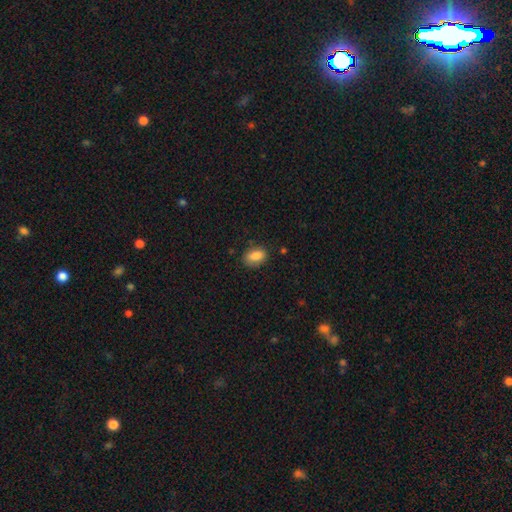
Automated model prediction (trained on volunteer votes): Smooth or featured? smooth (86%)
How rounded? in between (85%)
Merging? none (79%)